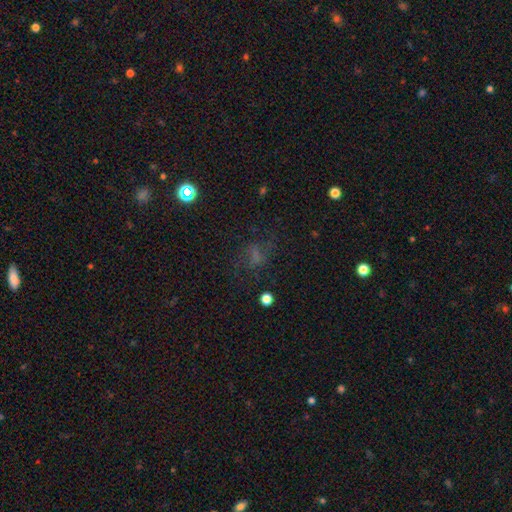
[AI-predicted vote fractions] smooth-or-featured: smooth: 46% | star or artifact: 30% | featured or disk: 23%
  merging: none: 57% | major disturbance: 22% | minor disturbance: 18% | merger: 3%